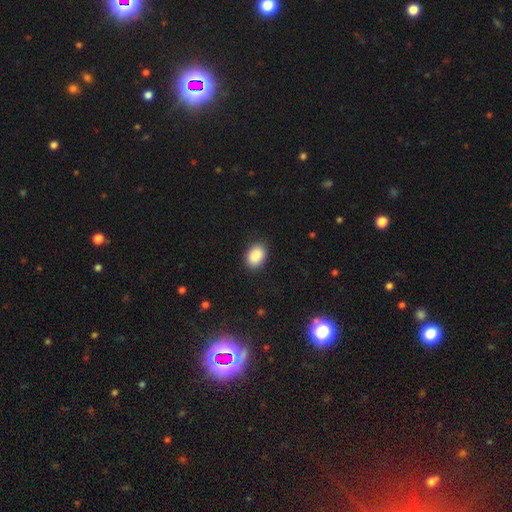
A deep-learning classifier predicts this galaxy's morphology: This is clearly a smooth galaxy (90%). How rounded: clearly in between (81%). Merging: clearly none (88%).